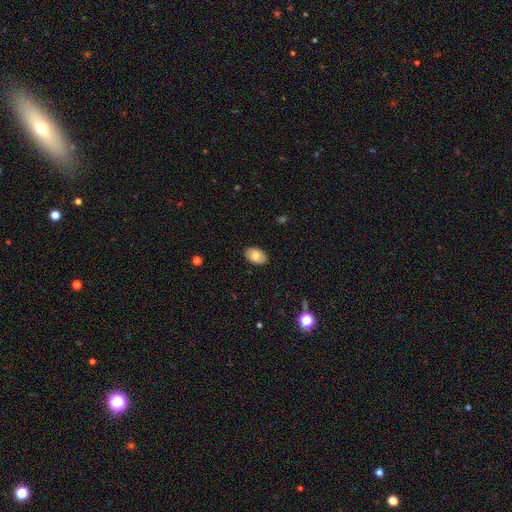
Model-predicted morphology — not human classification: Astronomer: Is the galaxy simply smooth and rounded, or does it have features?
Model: smooth — 77%.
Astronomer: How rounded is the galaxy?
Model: in between — 90%.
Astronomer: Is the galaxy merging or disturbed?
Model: none — 87%.